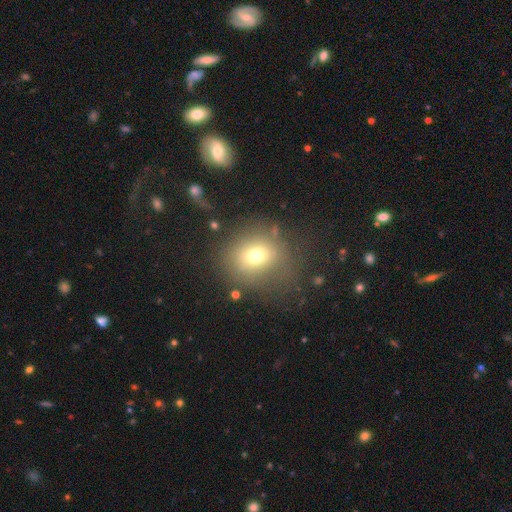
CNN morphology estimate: Smooth or featured? Predicted: smooth (p=0.67). How rounded? Predicted: round (p=0.74). Merging? Predicted: none (p=0.63).